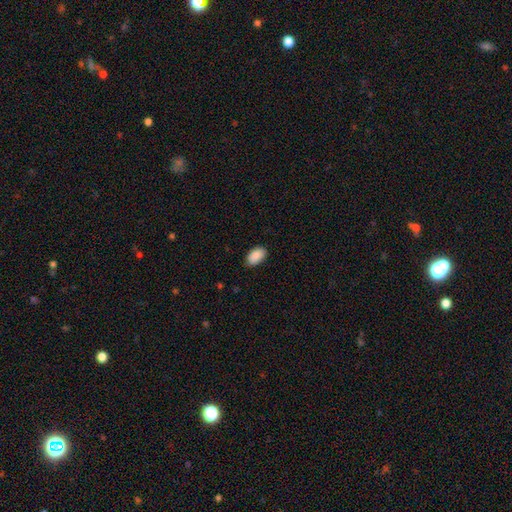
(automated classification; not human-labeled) Smooth or featured? Predicted: smooth (p=0.90). How rounded? Predicted: in between (p=0.94). Merging? Predicted: none (p=0.83).